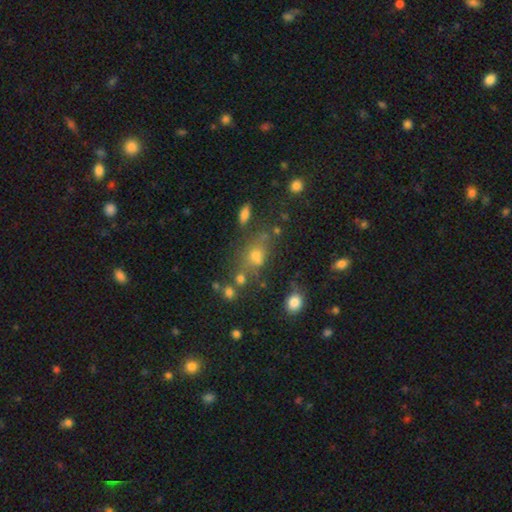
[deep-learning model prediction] Morphology: type=smooth (60%); roundness=in between (50%); merging=none (52%).